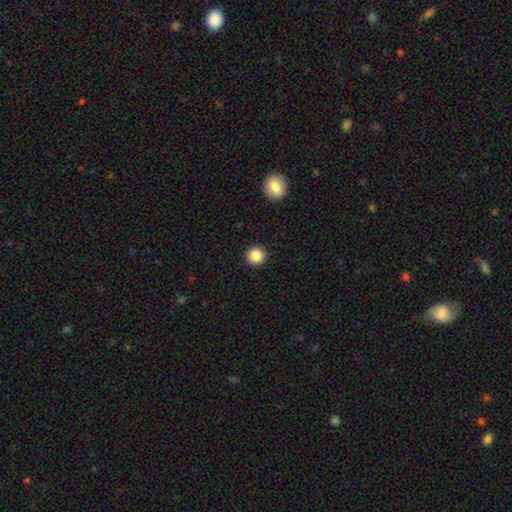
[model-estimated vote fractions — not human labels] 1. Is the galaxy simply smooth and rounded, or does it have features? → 86% smooth, 10% star or artifact, 4% featured or disk.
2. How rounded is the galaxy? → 94% round, 5% in between, 1% cigar-shaped.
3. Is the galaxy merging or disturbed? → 93% none, 4% minor disturbance, 2% major disturbance, 1% merger.